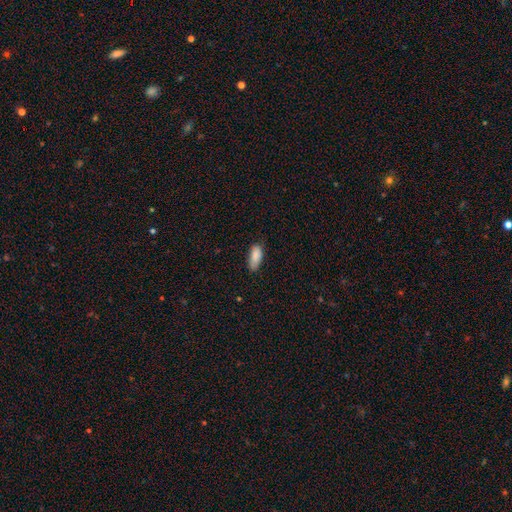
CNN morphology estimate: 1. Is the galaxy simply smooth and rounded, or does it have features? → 86% smooth, 7% featured or disk, 7% star or artifact.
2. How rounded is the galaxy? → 84% in between, 14% cigar-shaped, 2% round.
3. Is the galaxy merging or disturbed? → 73% none, 23% minor disturbance, 3% major disturbance, 1% merger.